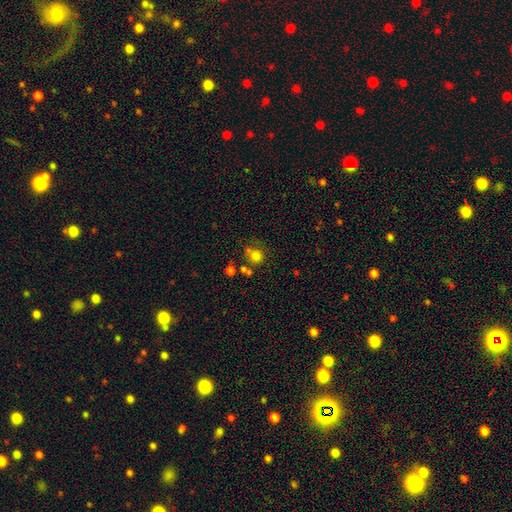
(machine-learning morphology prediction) type=smooth (75%); roundness=round (82%); merging=none (53%).